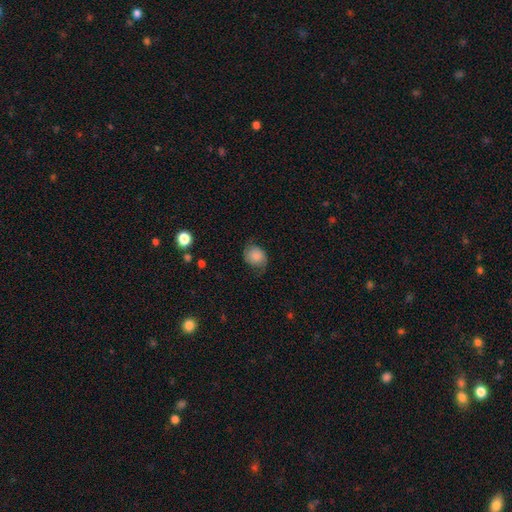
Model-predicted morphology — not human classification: Smooth or featured?
  - smooth: 71% *
  - featured or disk: 20%
  - star or artifact: 9%
How rounded?
  - round: 61% *
  - in between: 38%
  - cigar-shaped: 1%
Merging?
  - none: 62% *
  - minor disturbance: 26%
  - major disturbance: 10%
  - merger: 1%